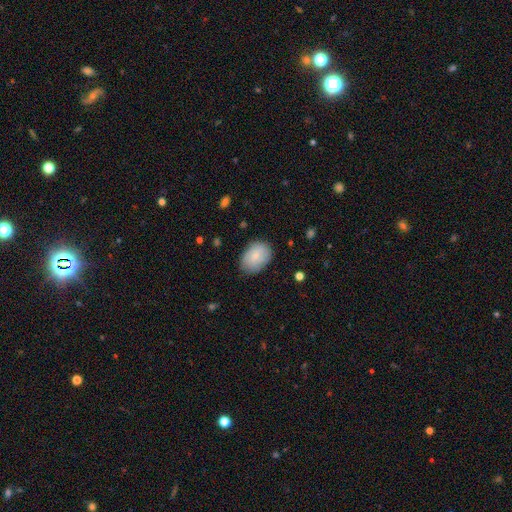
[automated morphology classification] Overall: smooth (78%). How rounded: in between (82%). Merging: none (80%).